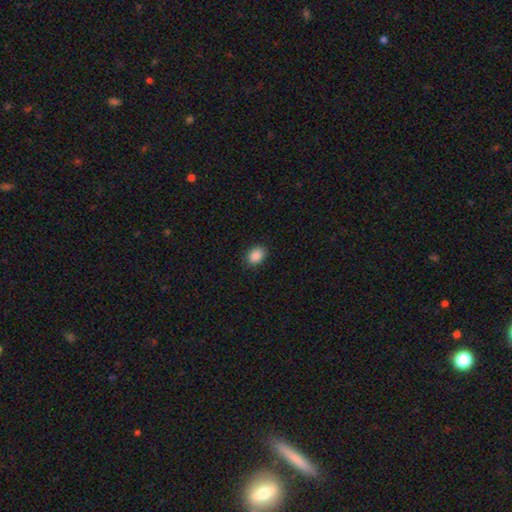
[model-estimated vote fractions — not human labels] Smooth or featured?
  - smooth: 88% *
  - star or artifact: 9%
  - featured or disk: 3%
How rounded?
  - in between: 65% *
  - round: 34%
  - cigar-shaped: 1%
Merging?
  - none: 88% *
  - minor disturbance: 9%
  - major disturbance: 2%
  - merger: 1%